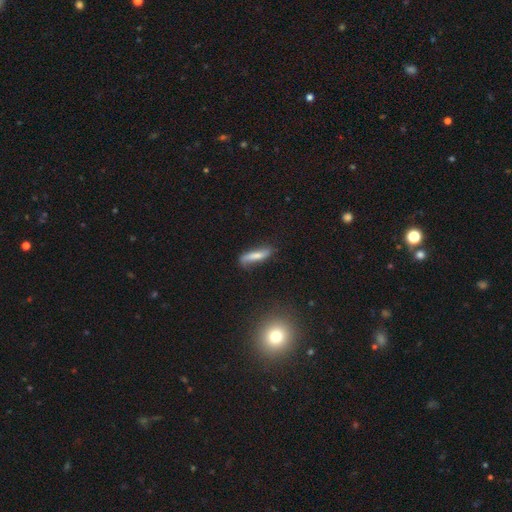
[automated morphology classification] This appears to be a smooth galaxy with no disk features (63%) that is cigar-shaped (78%). Merging: none (67%).